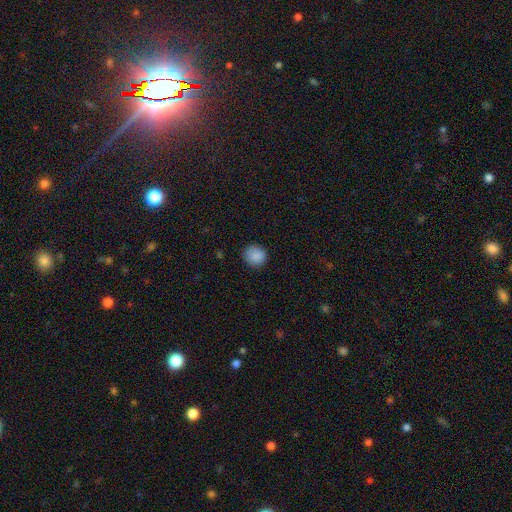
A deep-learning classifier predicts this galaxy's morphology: smooth 88%, star or artifact 9%, featured or disk 3%. Down the decision tree: how rounded — round (88%); merging — none (87%).